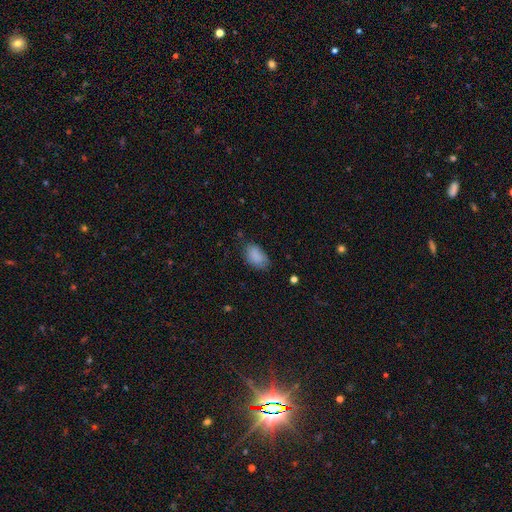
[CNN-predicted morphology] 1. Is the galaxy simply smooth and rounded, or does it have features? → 85% smooth, 8% star or artifact, 7% featured or disk.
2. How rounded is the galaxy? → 90% in between, 8% round, 2% cigar-shaped.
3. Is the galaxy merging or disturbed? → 66% none, 26% minor disturbance, 7% major disturbance, 2% merger.